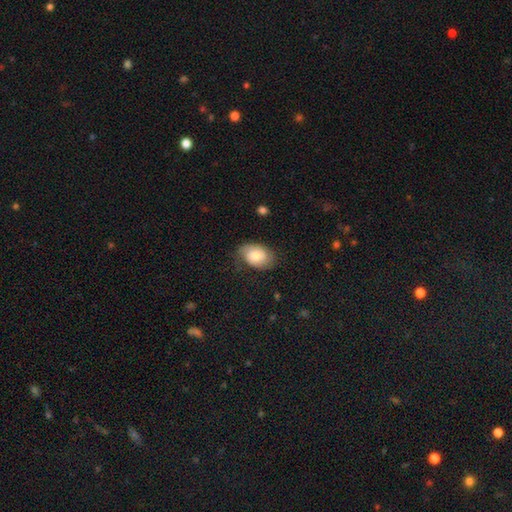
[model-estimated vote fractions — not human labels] Smooth or featured? Predicted: smooth (p=0.51). How rounded? Predicted: in between (p=0.79). Merging? Predicted: none (p=0.65).